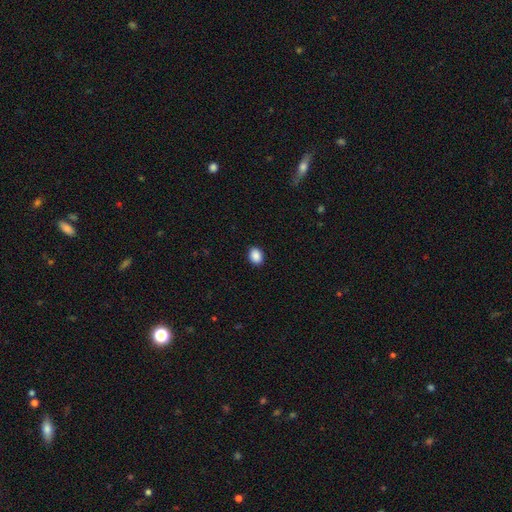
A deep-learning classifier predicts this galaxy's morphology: This is clearly a smooth galaxy (89%). How rounded: likely in between (63%). Merging: clearly none (91%).